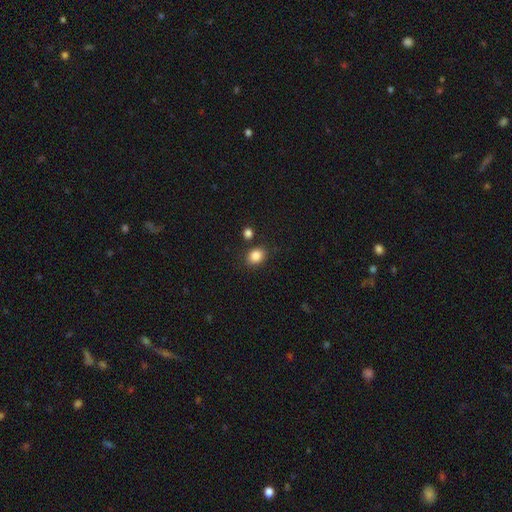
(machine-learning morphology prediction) The model was most divided on "how rounded": in between: 53%, round: 46%, cigar-shaped: 1%. More confident: smooth or featured — smooth (85%); merging — none (81%).